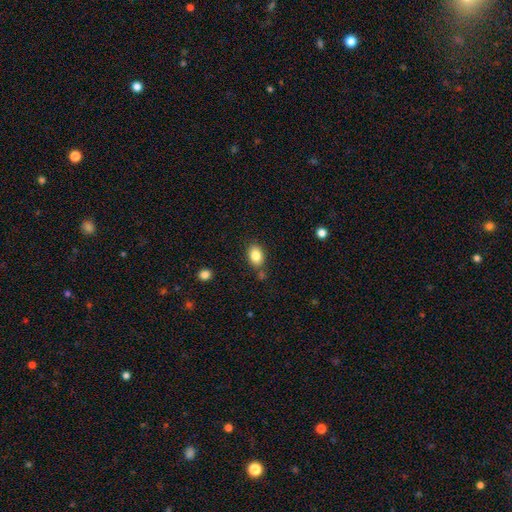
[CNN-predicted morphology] Smooth or featured? Predicted: smooth (p=0.84). How rounded? Predicted: in between (p=0.80). Merging? Predicted: none (p=0.78).